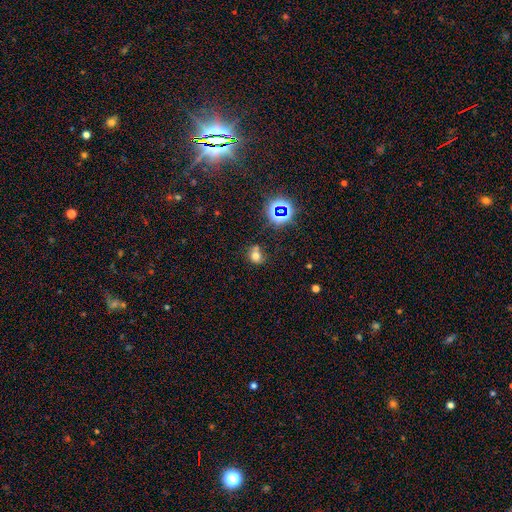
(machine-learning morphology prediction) Smooth or featured: smooth — 62% (star or artifact — 24%)
How rounded: round — 58% (in between — 40%)
Merging: none — 52% (minor disturbance — 22%)